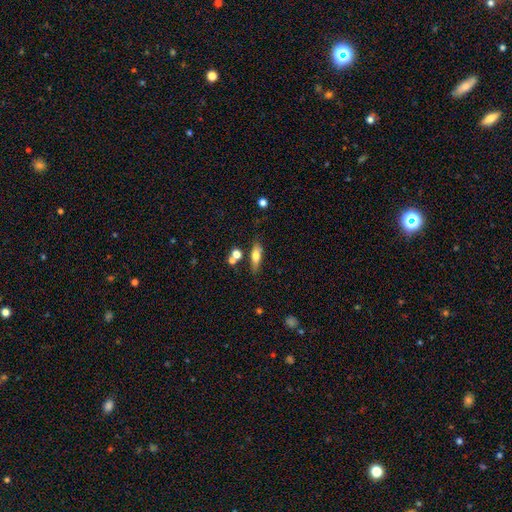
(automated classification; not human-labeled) Overall: smooth (59%; featured or disk 32%). How rounded: in between (53%; cigar-shaped 43%). Merging: none (68%).